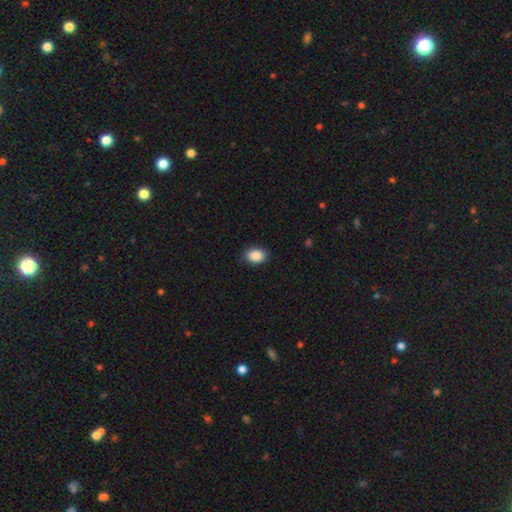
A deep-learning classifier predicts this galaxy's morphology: smooth_or_featured: smooth (p=0.89) [alt: star or artifact p=0.08]
how_rounded: in between (p=0.74) [alt: round p=0.25]
merging: none (p=0.88) [alt: minor disturbance p=0.09]